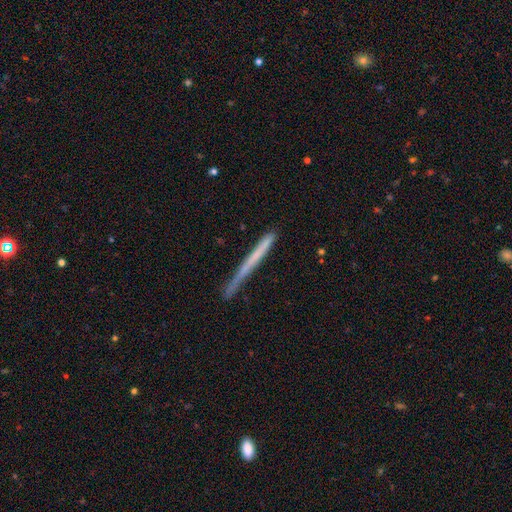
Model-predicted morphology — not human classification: smooth_or_featured: smooth (p=0.51) [alt: featured or disk p=0.42]
how_rounded: cigar-shaped (p=0.97) [alt: in between p=0.02]
merging: none (p=0.75) [alt: minor disturbance p=0.18]